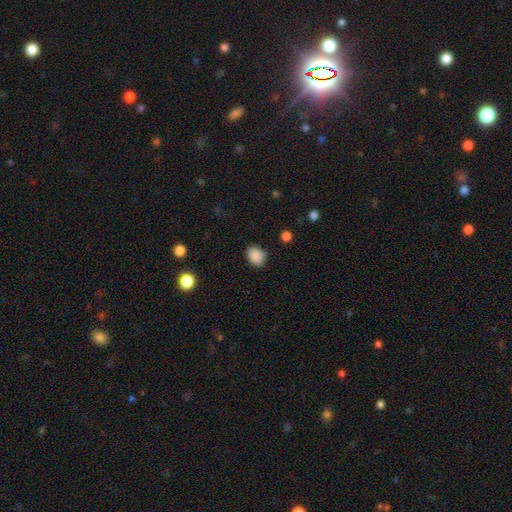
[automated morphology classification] Overall: smooth (88%). How rounded: in between (67%; round 32%). Merging: none (81%).